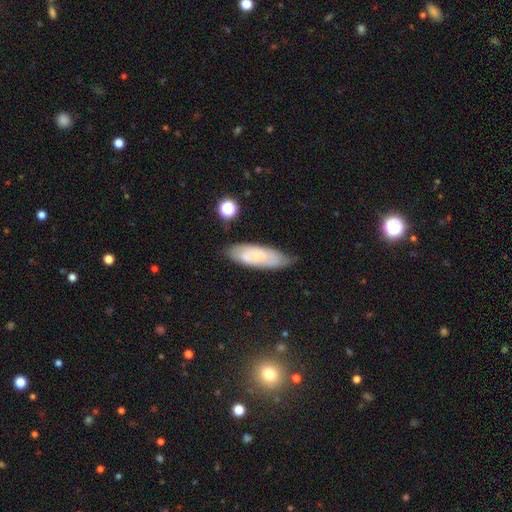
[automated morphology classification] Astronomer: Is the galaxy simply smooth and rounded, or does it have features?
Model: smooth — 54% (runner-up: featured or disk, 38%).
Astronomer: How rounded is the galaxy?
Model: in between — 59% (runner-up: cigar-shaped, 38%).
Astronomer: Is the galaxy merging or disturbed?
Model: none — 72%.